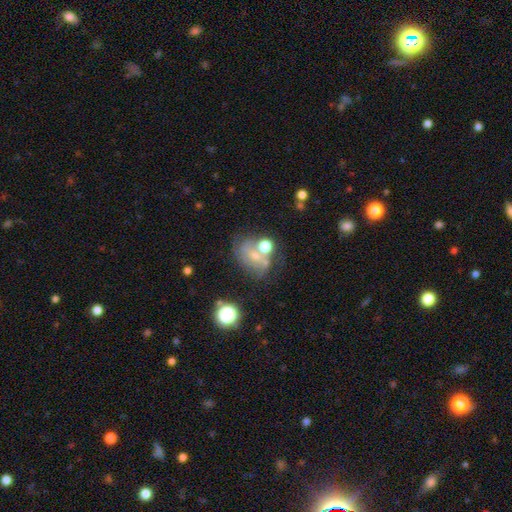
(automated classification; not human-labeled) A smooth galaxy with no disk features (41%).

Vote fractions:
- Smooth or featured? smooth: 41% / featured or disk: 39% / star or artifact: 19%
- Merging? none: 41% / merger: 23% / minor disturbance: 21% / major disturbance: 16%